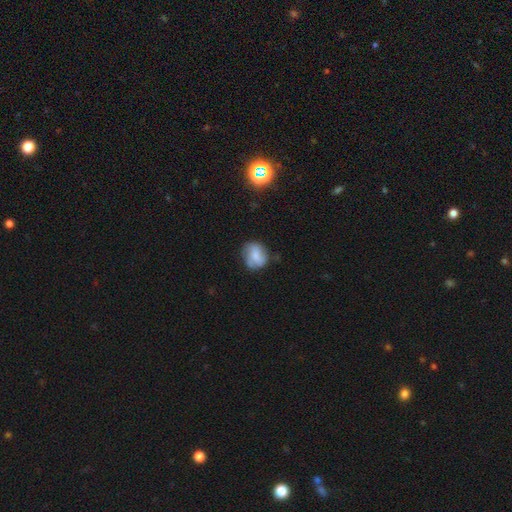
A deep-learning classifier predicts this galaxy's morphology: Smooth or featured? smooth (62%)
How rounded? round (63%)
Merging? none (60%)